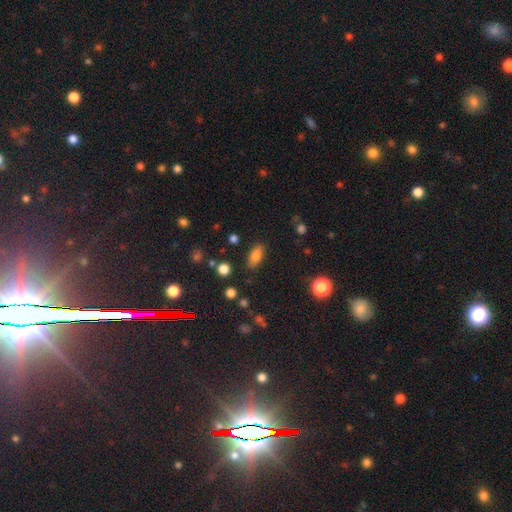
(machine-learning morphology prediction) Smooth or featured? smooth (80%)
How rounded? in between (85%)
Merging? none (84%)